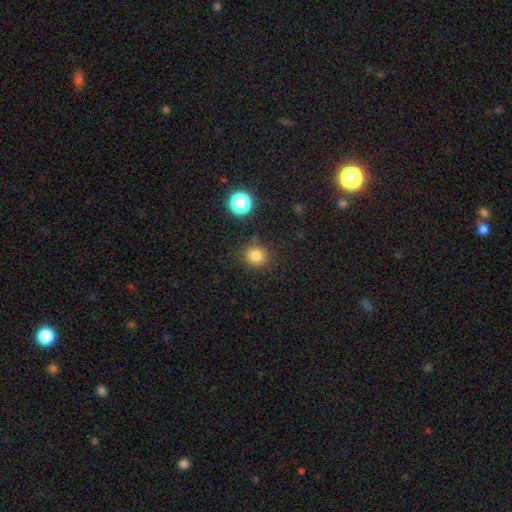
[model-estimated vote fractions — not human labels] A smooth galaxy with no disk features (81%) that is round (87%). Merging: none (81%).